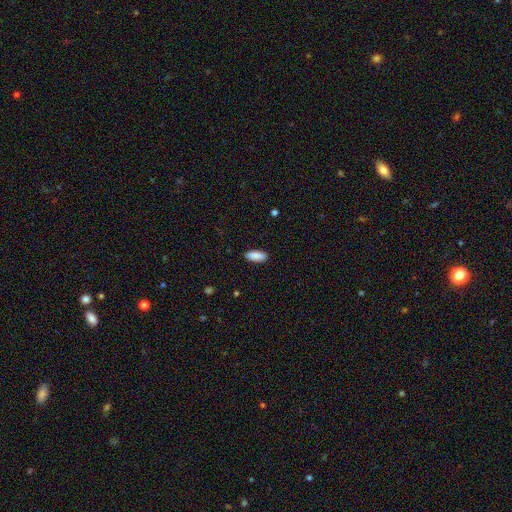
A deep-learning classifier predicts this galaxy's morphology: A smooth galaxy with no disk features (90%) that is in between round and cigar-shaped (83%). Merging: none (89%).